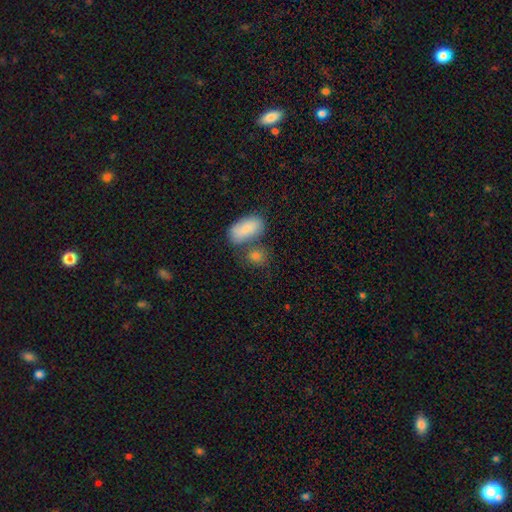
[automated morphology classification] A smooth galaxy with no disk features (83%) that is in between round and cigar-shaped (66%).

Vote fractions:
- Smooth or featured? smooth: 83% / star or artifact: 9% / featured or disk: 9%
- How rounded? in between: 66% / round: 30% / cigar-shaped: 4%
- Merging? none: 51% / merger: 33% / minor disturbance: 12% / major disturbance: 4%